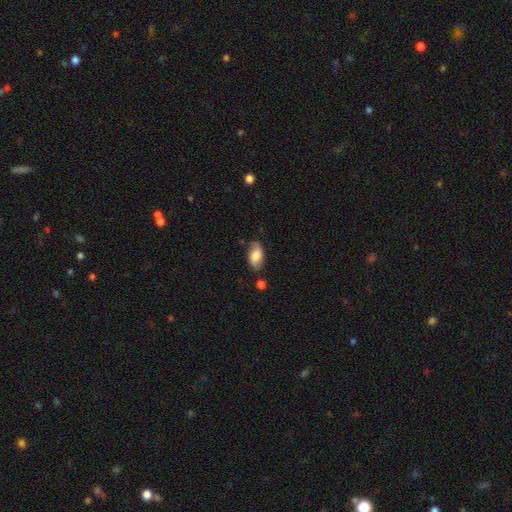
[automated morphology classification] smooth_or_featured: smooth (p=0.71) [alt: featured or disk p=0.22]
how_rounded: in between (p=0.92) [alt: cigar-shaped p=0.04]
merging: none (p=0.70) [alt: minor disturbance p=0.20]